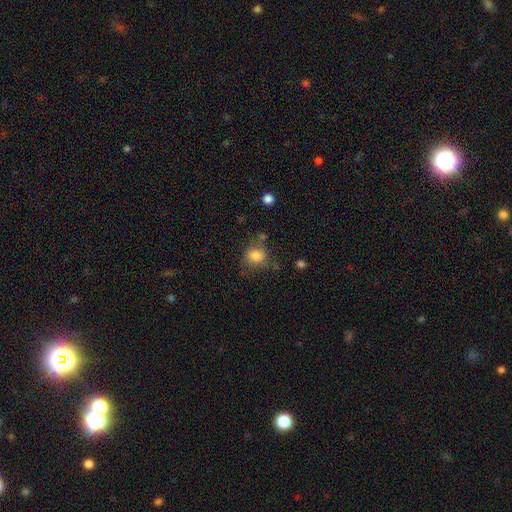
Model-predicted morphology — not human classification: The model was most divided on "how rounded": round: 66%, in between: 33%, cigar-shaped: 1%. More confident: smooth or featured — smooth (79%); merging — none (59%).